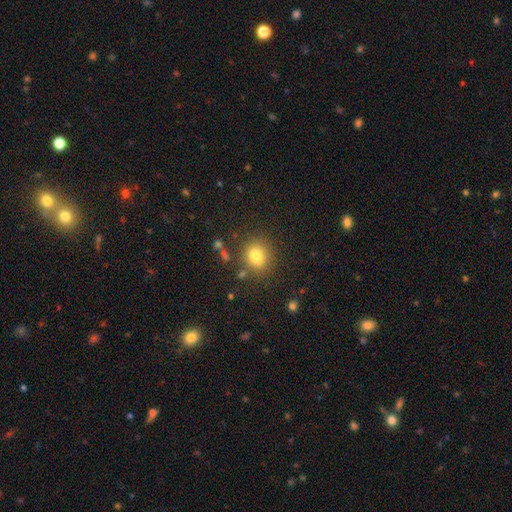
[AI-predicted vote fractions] Smooth or featured? smooth (77%)
How rounded? round (76%)
Merging? none (72%)